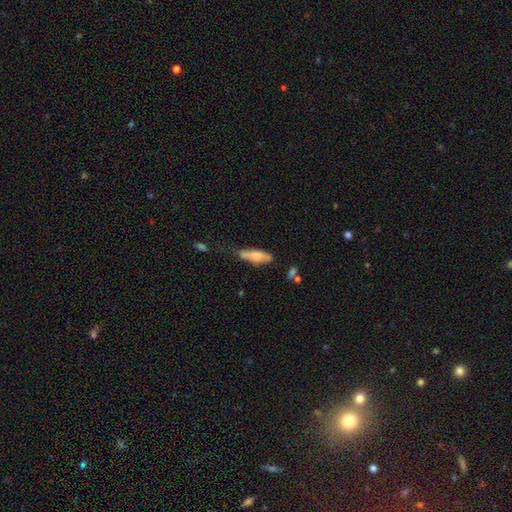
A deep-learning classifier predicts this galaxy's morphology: A smooth galaxy with no disk features (75%) that is in between round and cigar-shaped (52%). Merging: minor disturbance (38%).